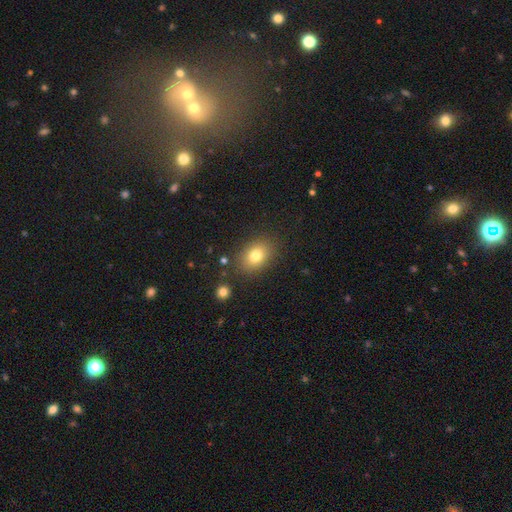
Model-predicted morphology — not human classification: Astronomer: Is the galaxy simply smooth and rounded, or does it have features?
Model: smooth — 78%.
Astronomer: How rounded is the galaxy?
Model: in between — 70%.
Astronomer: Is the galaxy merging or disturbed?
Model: none — 84%.